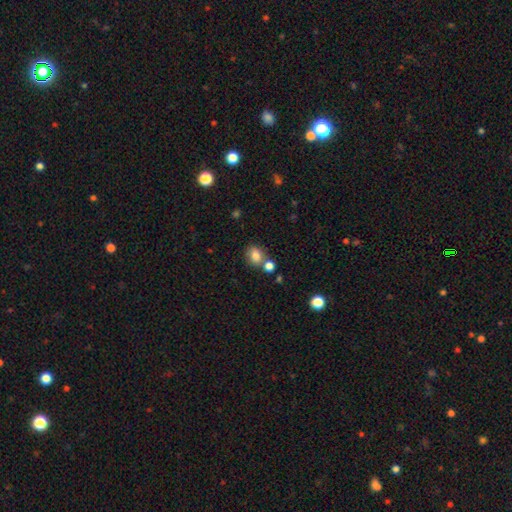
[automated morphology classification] type=smooth (81%); roundness=round (59%); merging=none (63%).